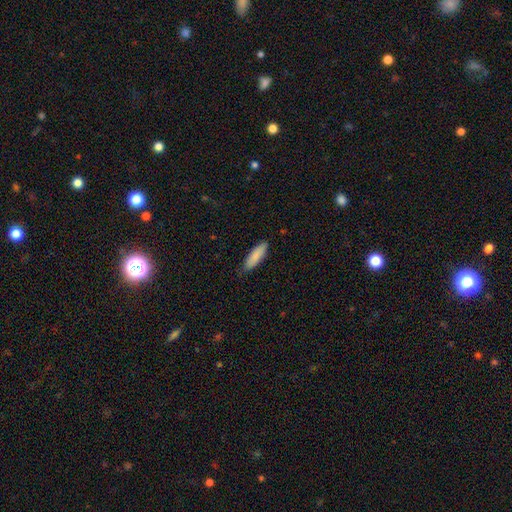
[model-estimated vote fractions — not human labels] This appears to be a smooth galaxy with no disk features (87%) that is cigar-shaped (55%). Merging: none (80%).